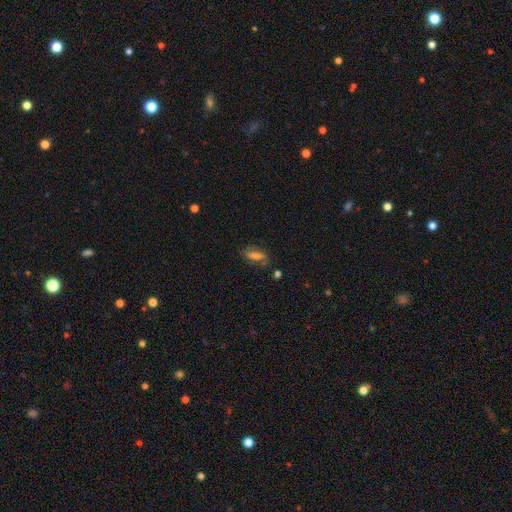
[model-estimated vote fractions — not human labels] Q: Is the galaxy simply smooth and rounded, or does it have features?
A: smooth — 57%.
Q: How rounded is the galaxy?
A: in between — 62%.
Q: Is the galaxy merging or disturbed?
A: none — 64%.